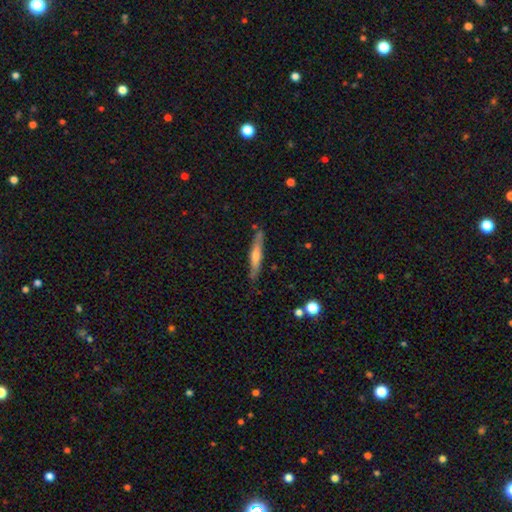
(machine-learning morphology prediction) Smooth or featured: featured or disk — 55% (smooth — 38%)
Edge-on disk: yes — 92% (no — 8%)
Edge-on bulge: rounded — 74% (none — 19%)
Merging: none — 84% (minor disturbance — 12%)